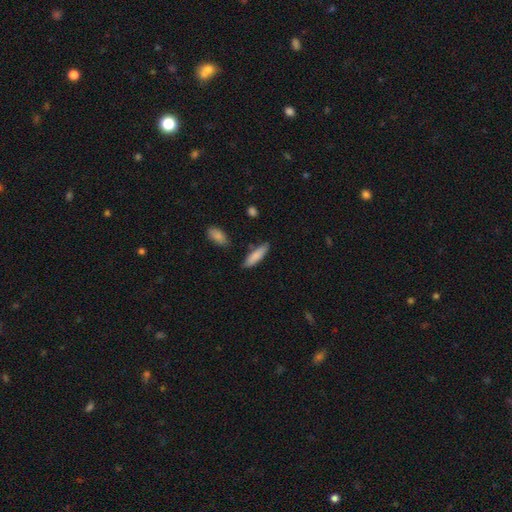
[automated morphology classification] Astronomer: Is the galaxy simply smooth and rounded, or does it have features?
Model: smooth — 85%.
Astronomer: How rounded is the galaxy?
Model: cigar-shaped — 62% (runner-up: in between, 37%).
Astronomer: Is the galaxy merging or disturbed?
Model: none — 81%.